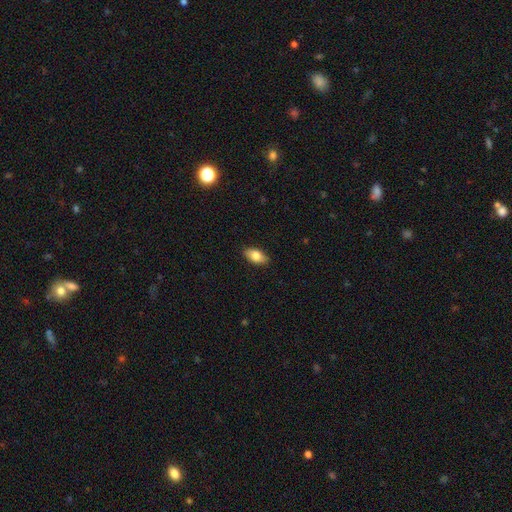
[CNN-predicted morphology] smooth 81%, featured or disk 12%, star or artifact 7%. Down the decision tree: how rounded — in between (91%); merging — none (88%).